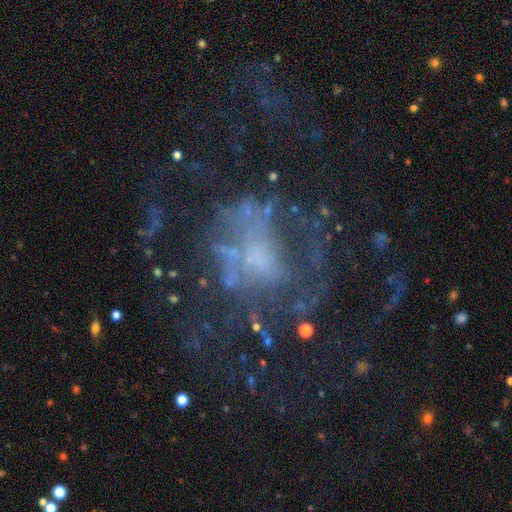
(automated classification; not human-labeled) Smooth or featured? Predicted: featured or disk (p=0.60). Edge-on disk? Predicted: no (p=0.97). Bar? Predicted: no (p=0.75). Spiral arms? Predicted: no (p=0.60). Bulge size? Predicted: none (p=0.43). Merging? Predicted: major disturbance (p=0.41).